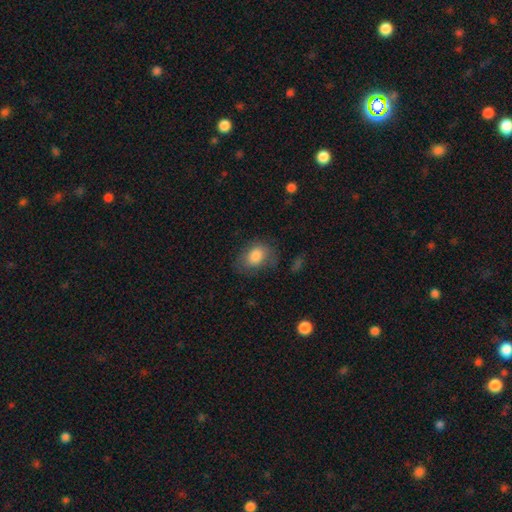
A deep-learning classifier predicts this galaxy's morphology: Overall: smooth (81%). How rounded: in between (75%). Merging: none (60%; minor disturbance 25%).